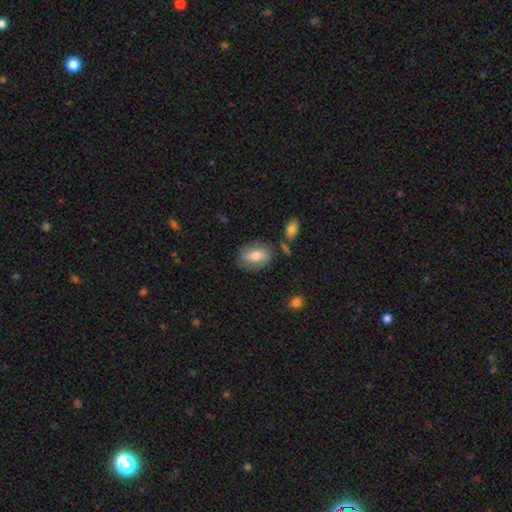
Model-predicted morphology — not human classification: Smooth or featured? smooth (65%)
How rounded? in between (77%)
Merging? none (74%)